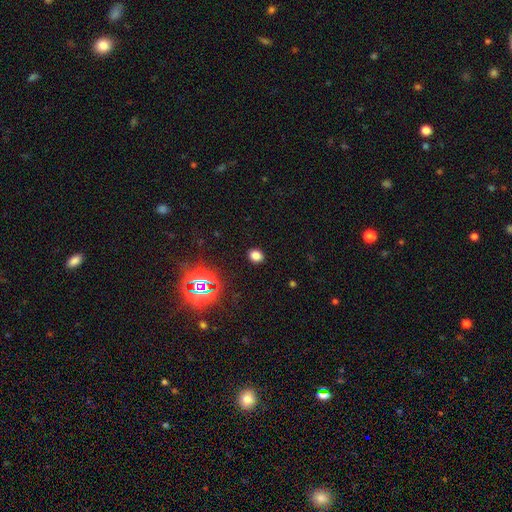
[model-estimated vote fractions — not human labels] smooth-or-featured: smooth: 75% | star or artifact: 20% | featured or disk: 5%
  how-rounded: round: 59% | in between: 40% | cigar-shaped: 1%
  merging: none: 90% | minor disturbance: 7% | major disturbance: 3% | merger: 1%